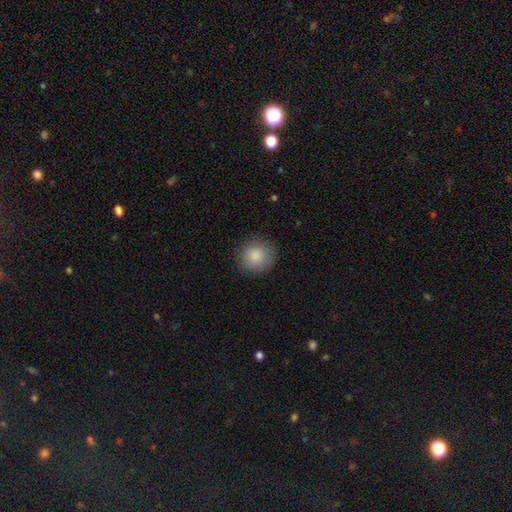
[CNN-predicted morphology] Smooth or featured: smooth — 87% (star or artifact — 8%)
How rounded: round — 90% (in between — 9%)
Merging: none — 88% (minor disturbance — 9%)